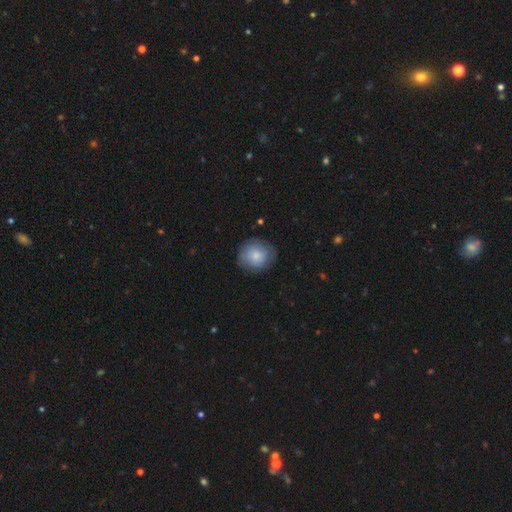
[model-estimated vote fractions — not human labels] This is likely a smooth galaxy (78%). How rounded: clearly round (87%). Merging: likely none (79%).